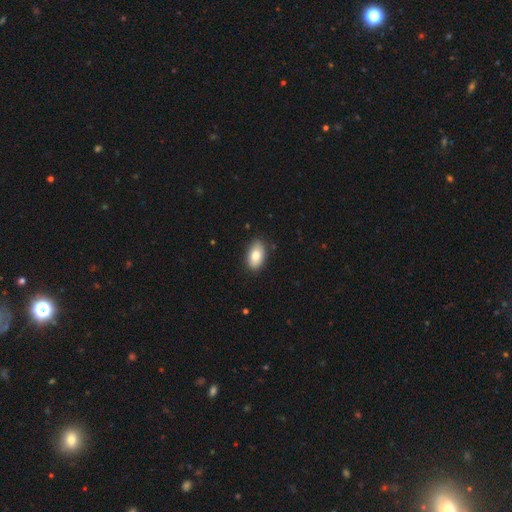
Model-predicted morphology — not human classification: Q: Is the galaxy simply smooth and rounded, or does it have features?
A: smooth — 83%.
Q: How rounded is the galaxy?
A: in between — 93%.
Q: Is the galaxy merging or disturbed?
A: none — 87%.